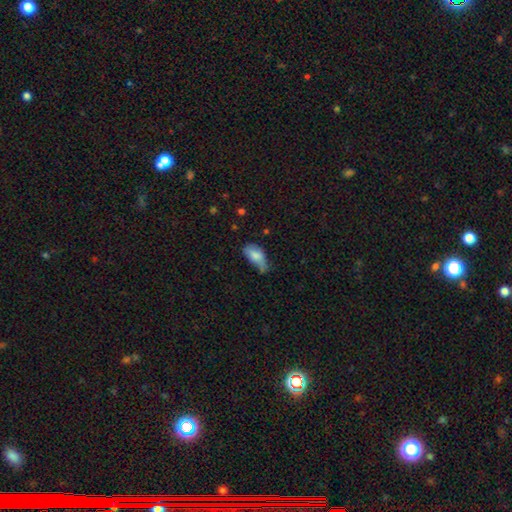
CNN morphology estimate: smooth-or-featured: smooth: 76% | featured or disk: 16% | star or artifact: 8%
  how-rounded: in between: 90% | cigar-shaped: 6% | round: 4%
  merging: minor disturbance: 43% | none: 30% | major disturbance: 20% | merger: 7%